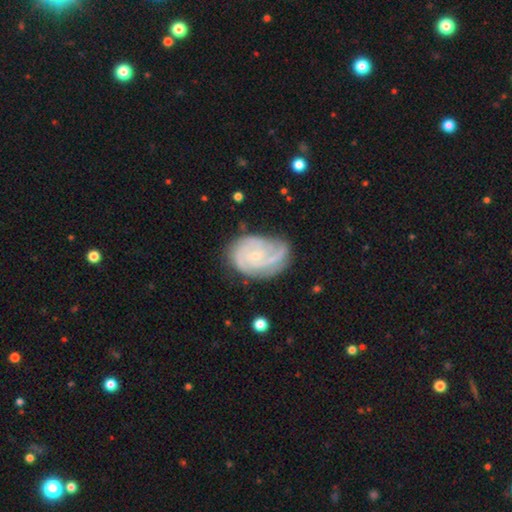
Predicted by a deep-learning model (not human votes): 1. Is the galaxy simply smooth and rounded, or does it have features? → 85% featured or disk, 9% smooth, 5% star or artifact.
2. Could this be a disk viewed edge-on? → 98% no, 2% yes.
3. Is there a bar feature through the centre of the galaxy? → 56% no, 36% weak, 7% strong.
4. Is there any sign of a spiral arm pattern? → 97% yes, 3% no.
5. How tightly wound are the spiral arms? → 56% tight, 36% medium, 8% loose.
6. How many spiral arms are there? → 34% 2, 33% 3, 17% can't tell, 6% 4, 5% 1, 4% more than 4.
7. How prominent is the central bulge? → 76% small, 18% moderate, 5% none, 1% large, 1% dominant.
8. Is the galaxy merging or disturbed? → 64% none, 24% minor disturbance, 10% major disturbance, 2% merger.